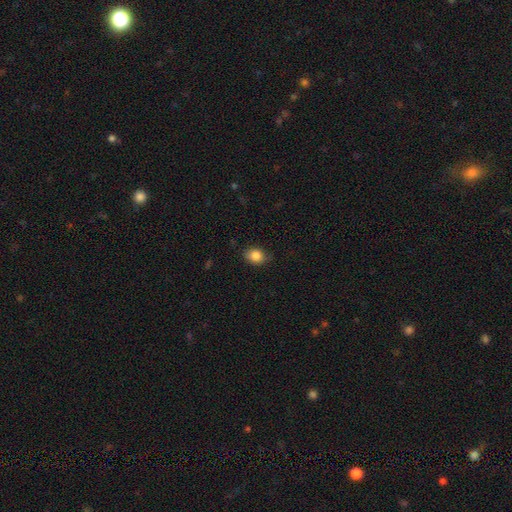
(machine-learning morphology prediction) Q: Smooth or featured?
A: smooth (85%); runner-up: star or artifact (9%)
Q: How rounded?
A: in between (55%); runner-up: round (43%)
Q: Merging?
A: none (80%); runner-up: minor disturbance (16%)